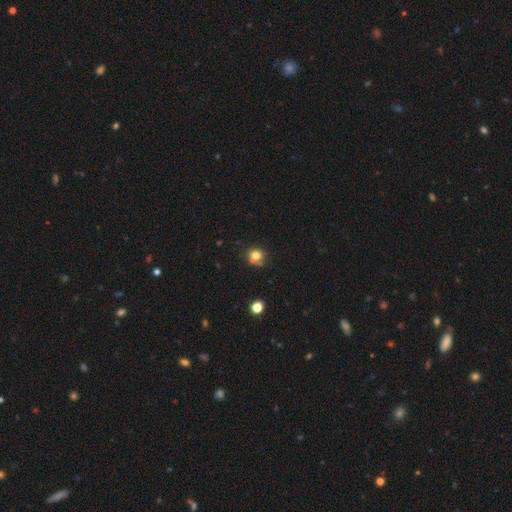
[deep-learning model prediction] Smooth or featured? Predicted: smooth (p=0.75). How rounded? Predicted: round (p=0.79). Merging? Predicted: none (p=0.57).